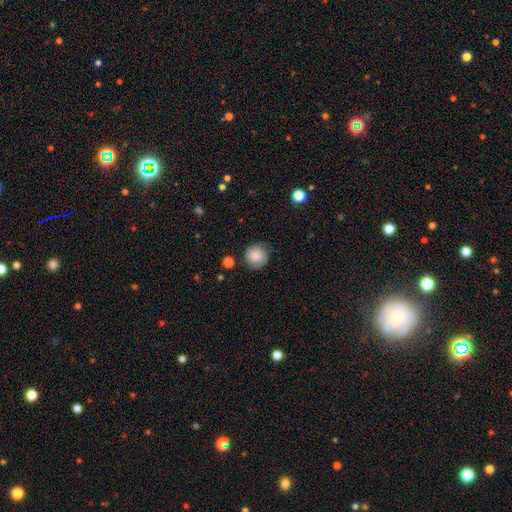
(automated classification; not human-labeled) The model was most divided on "merging": none: 76%, minor disturbance: 18%, major disturbance: 5%, merger: 2%. More confident: how rounded — round (90%); smooth or featured — smooth (81%).